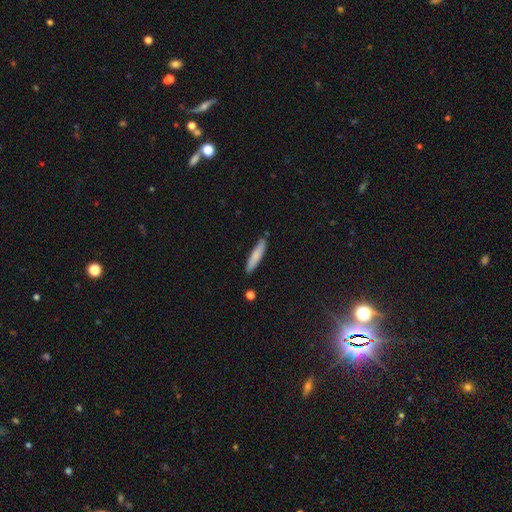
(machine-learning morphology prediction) type=smooth (77%); roundness=cigar-shaped (87%); merging=none (84%).